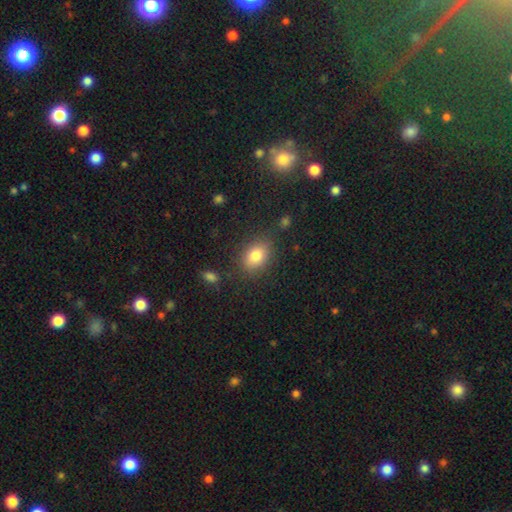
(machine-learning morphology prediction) The model was most divided on "how rounded": in between: 72%, round: 26%, cigar-shaped: 2%. More confident: smooth or featured — smooth (81%); merging — none (79%).